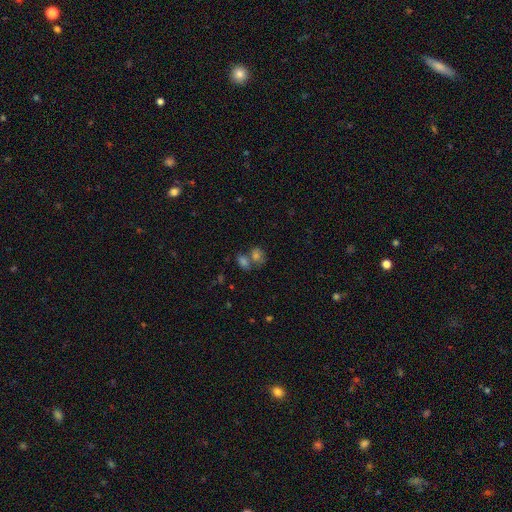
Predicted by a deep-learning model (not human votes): This appears to be a smooth galaxy with no disk features (58%) that is in between round and cigar-shaped (51%). Merging: none (44%).